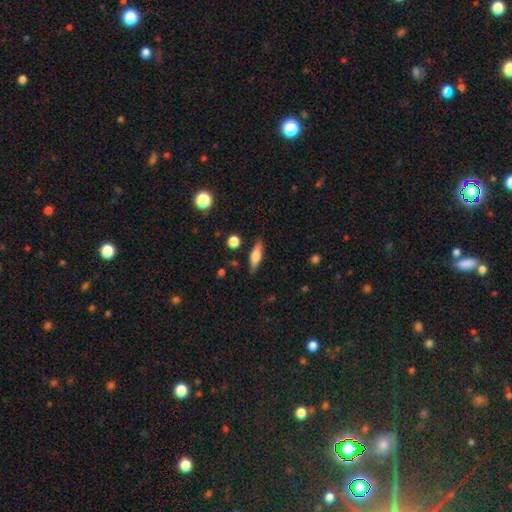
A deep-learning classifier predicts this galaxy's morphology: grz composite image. It shows a smooth galaxy with no disk features (57%) that is cigar-shaped (51%). Merging: none (83%).